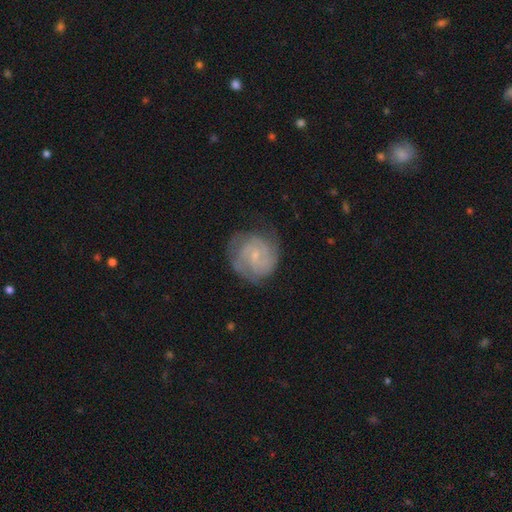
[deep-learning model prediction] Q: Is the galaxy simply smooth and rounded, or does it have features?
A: featured or disk — 78%.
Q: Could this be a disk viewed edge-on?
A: no — 98%.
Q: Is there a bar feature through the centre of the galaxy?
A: no — 58%.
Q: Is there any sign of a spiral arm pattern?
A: yes — 94%.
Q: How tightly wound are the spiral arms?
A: tight — 60%.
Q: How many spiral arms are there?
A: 2 — 41%.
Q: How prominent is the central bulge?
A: small — 78%.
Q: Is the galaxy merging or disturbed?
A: none — 73%.